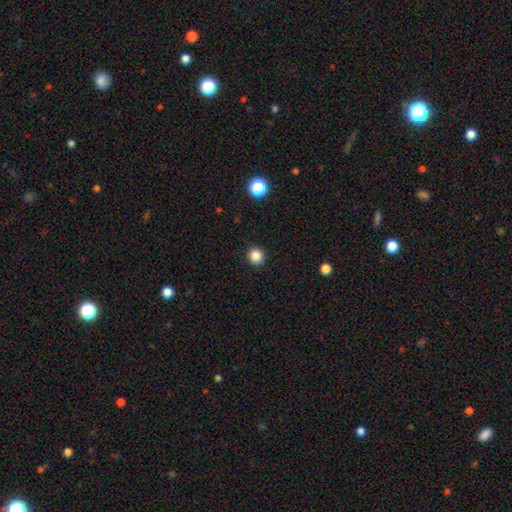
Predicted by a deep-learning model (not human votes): Overall: smooth (86%). How rounded: round (93%). Merging: none (93%).